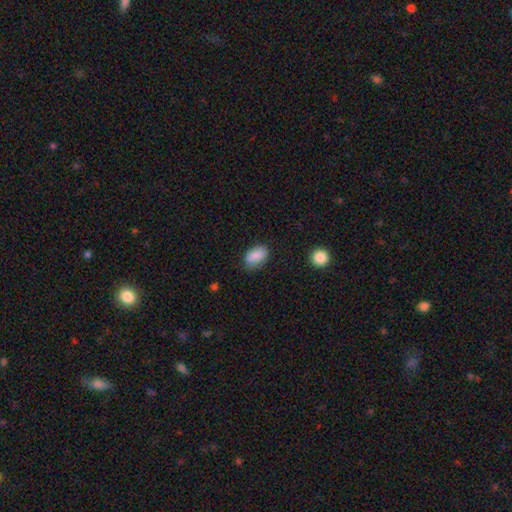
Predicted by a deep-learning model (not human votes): smooth 86%, star or artifact 7%, featured or disk 6%. Down the decision tree: how rounded — in between (90%); merging — none (76%).